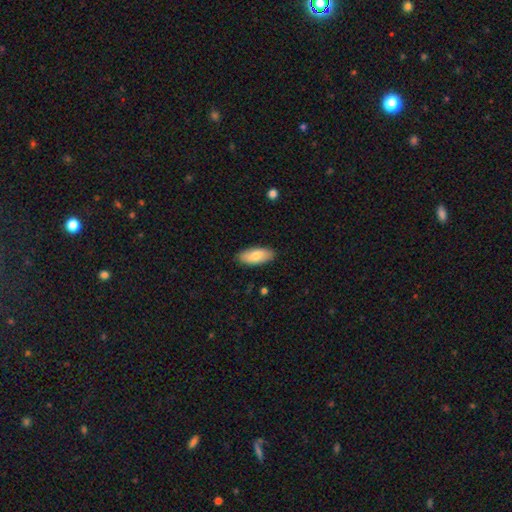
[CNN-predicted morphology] Q: Smooth or featured?
A: smooth (81%); runner-up: featured or disk (14%)
Q: How rounded?
A: in between (87%); runner-up: cigar-shaped (11%)
Q: Merging?
A: none (88%); runner-up: minor disturbance (9%)